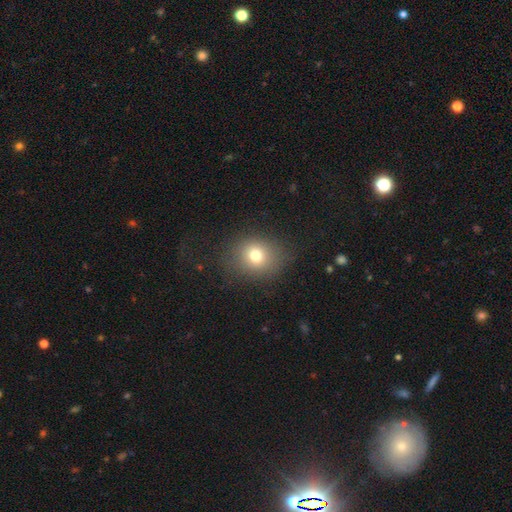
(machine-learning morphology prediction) Smooth or featured: smooth — 74% (star or artifact — 15%)
How rounded: round — 71% (in between — 28%)
Merging: none — 83% (minor disturbance — 11%)